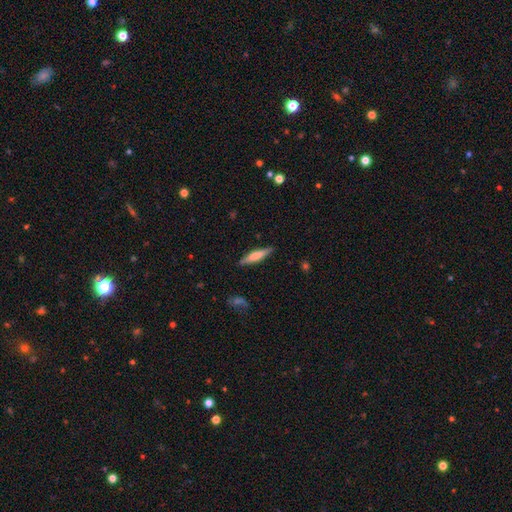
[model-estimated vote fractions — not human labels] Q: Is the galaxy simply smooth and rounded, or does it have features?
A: smooth — 60%.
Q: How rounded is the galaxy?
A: cigar-shaped — 82%.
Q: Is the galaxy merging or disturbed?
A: none — 86%.